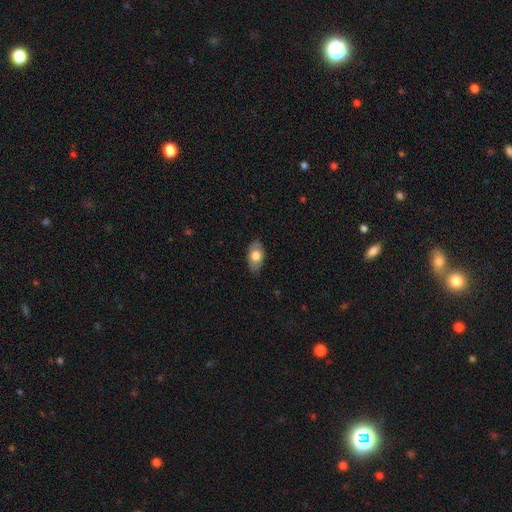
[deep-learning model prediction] The model was most divided on "smooth or featured": smooth: 65%, featured or disk: 29%, star or artifact: 6%. More confident: how rounded — in between (92%); merging — none (80%).